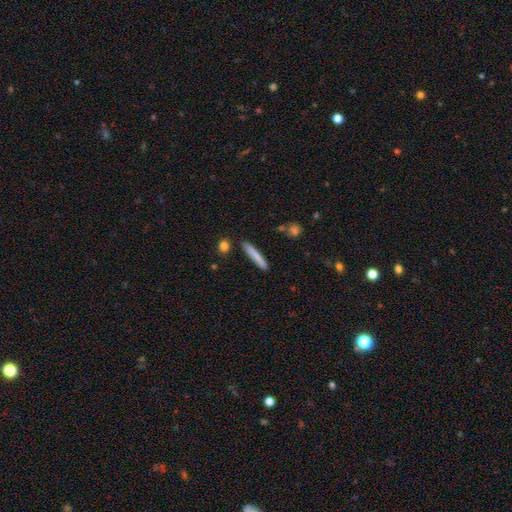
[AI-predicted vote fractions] Overall: smooth (78%). How rounded: cigar-shaped (95%). Merging: none (89%).